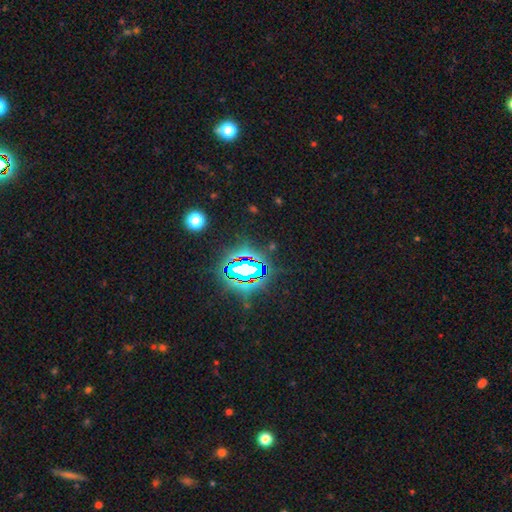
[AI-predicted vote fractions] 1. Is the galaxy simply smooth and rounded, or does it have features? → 82% star or artifact, 11% smooth, 7% featured or disk.